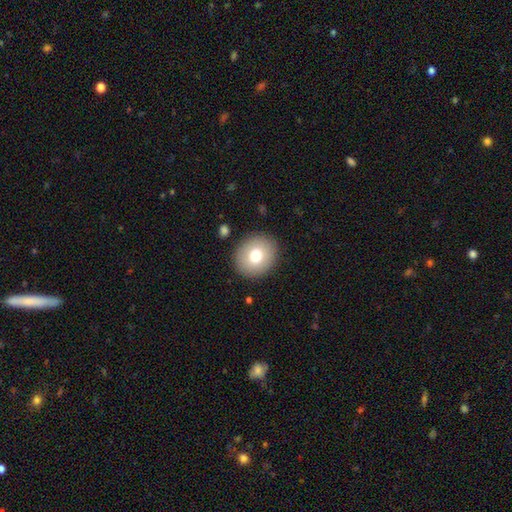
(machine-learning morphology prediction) This appears to be a smooth galaxy with no disk features (75%) that is round (72%). Merging: none (89%).